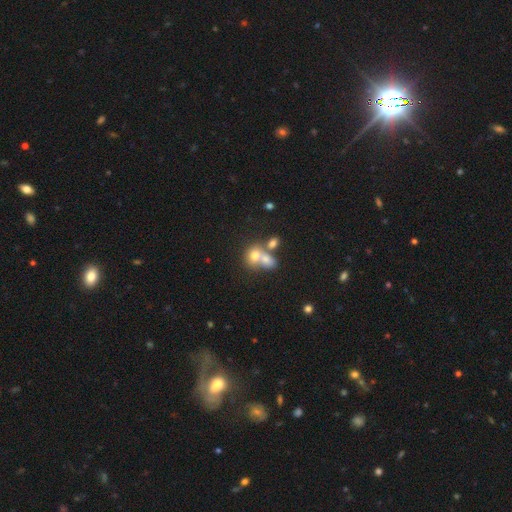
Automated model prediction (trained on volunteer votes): smooth_or_featured: smooth (p=0.70) [alt: featured or disk p=0.18]
how_rounded: round (p=0.61) [alt: in between p=0.38]
merging: merger (p=0.60) [alt: none p=0.28]